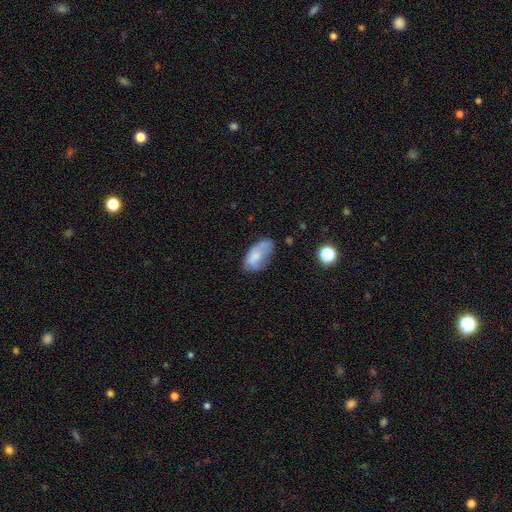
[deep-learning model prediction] This is likely a smooth galaxy (70%). How rounded: clearly in between (93%). Merging: possibly none (46%).